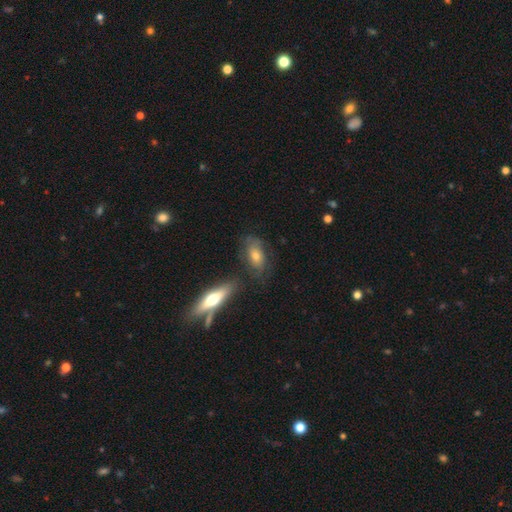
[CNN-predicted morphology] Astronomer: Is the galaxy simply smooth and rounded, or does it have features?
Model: smooth — 55% (runner-up: featured or disk, 35%).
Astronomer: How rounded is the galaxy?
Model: in between — 78%.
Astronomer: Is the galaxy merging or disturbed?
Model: none — 67%.